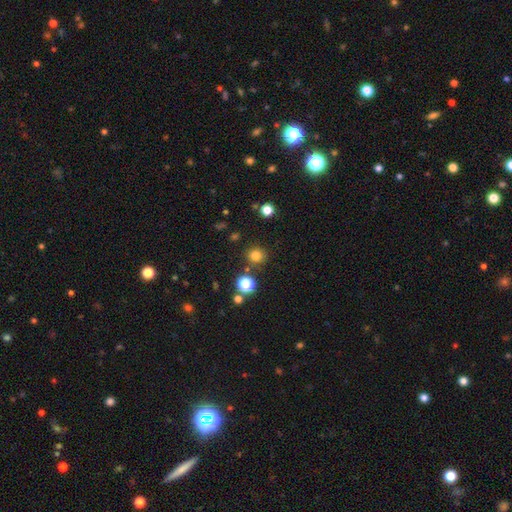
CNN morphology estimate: A smooth galaxy with no disk features (79%) that is round (91%). Merging: none (86%).